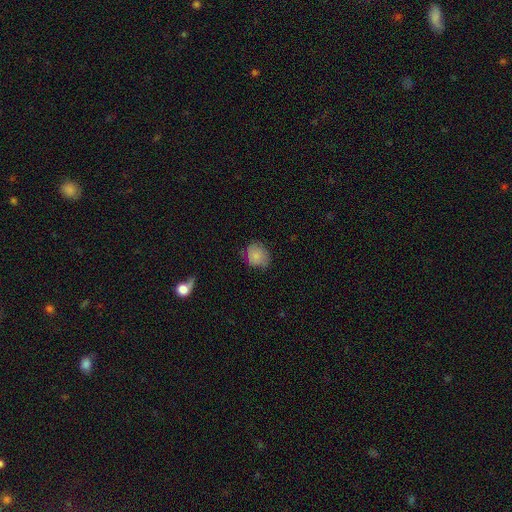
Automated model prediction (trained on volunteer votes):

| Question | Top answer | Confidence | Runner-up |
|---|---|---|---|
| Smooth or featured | smooth | 79% | featured or disk (13%) |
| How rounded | round | 70% | in between (29%) |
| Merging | none | 68% | minor disturbance (25%) |